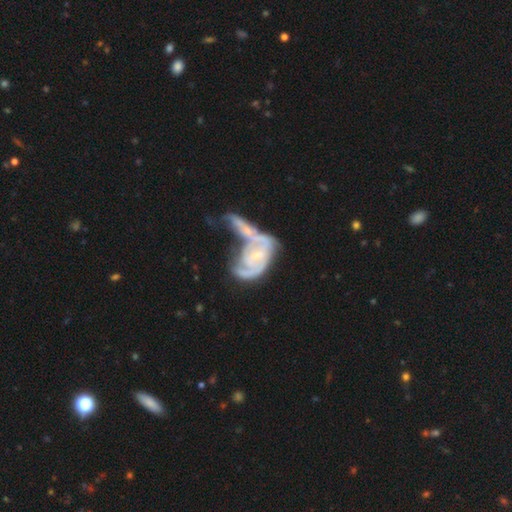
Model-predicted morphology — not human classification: type=featured or disk (77%); edge-on=no (95%); bar=no (56%); spiral arms=yes (78%); winding=tight (47%); arm count=2 (43%); bulge=small (59%); merging=merger (64%).